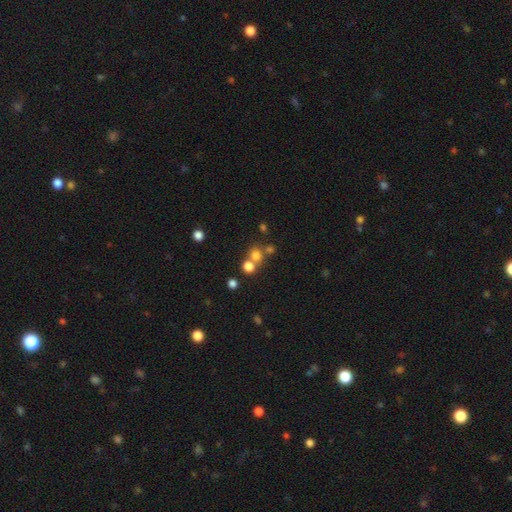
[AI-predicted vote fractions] smooth 71%, star or artifact 19%, featured or disk 10%. Down the decision tree: how rounded — round (81%); merging — none (53%).